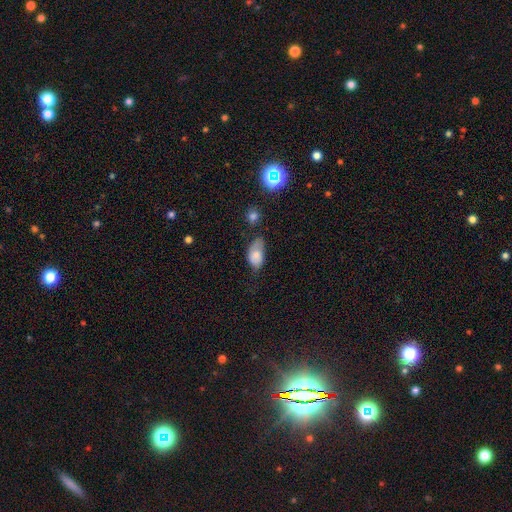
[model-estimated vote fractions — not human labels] smooth-or-featured: smooth: 76% | featured or disk: 15% | star or artifact: 9%
  how-rounded: in between: 91% | round: 7% | cigar-shaped: 2%
  merging: minor disturbance: 44% | none: 31% | major disturbance: 20% | merger: 5%